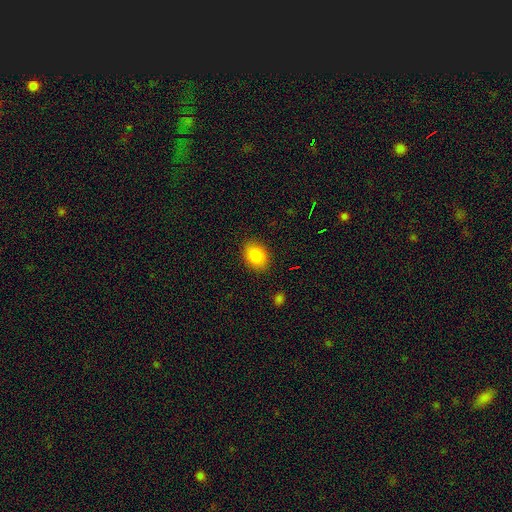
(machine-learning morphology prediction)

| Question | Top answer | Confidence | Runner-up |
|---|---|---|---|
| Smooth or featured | smooth | 84% | star or artifact (9%) |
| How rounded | in between | 69% | round (30%) |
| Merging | none | 88% | minor disturbance (9%) |